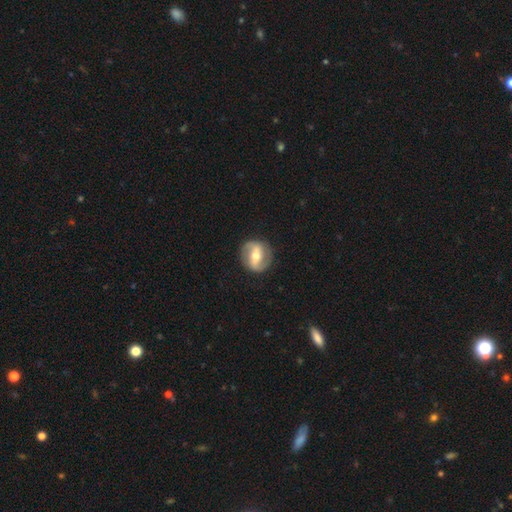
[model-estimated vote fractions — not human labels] Smooth or featured? featured or disk (76%)
Edge-on disk? no (96%)
Bar? strong (55%)
Spiral arms? yes (82%)
Spiral winding? medium (43%)
Spiral arm count? 2 (90%)
Bulge size? moderate (67%)
Merging? none (87%)